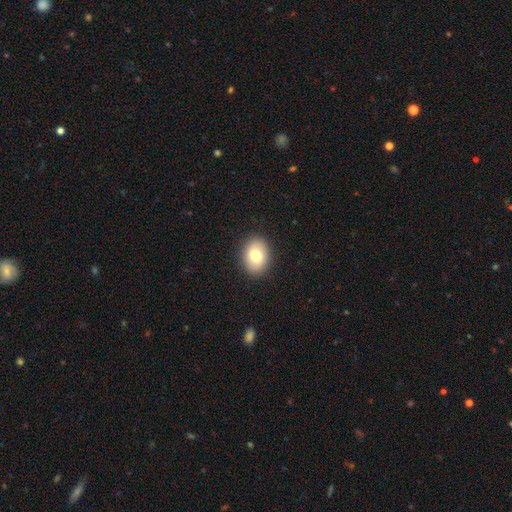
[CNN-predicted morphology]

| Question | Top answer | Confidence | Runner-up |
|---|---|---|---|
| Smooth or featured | smooth | 78% | featured or disk (14%) |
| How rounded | in between | 59% | round (40%) |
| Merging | none | 90% | minor disturbance (7%) |